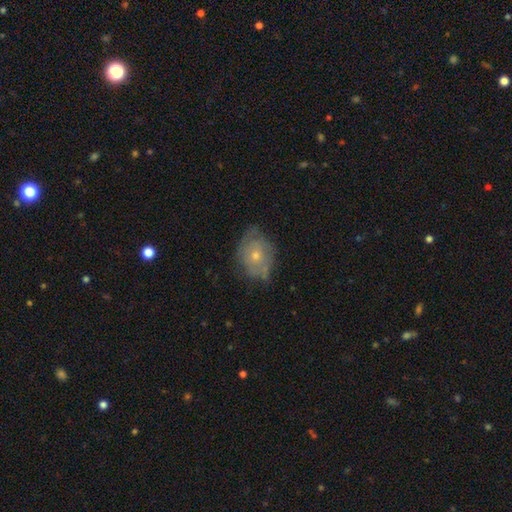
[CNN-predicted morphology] Smooth or featured? featured or disk (51%)
Edge-on disk? no (95%)
Merging? none (62%)